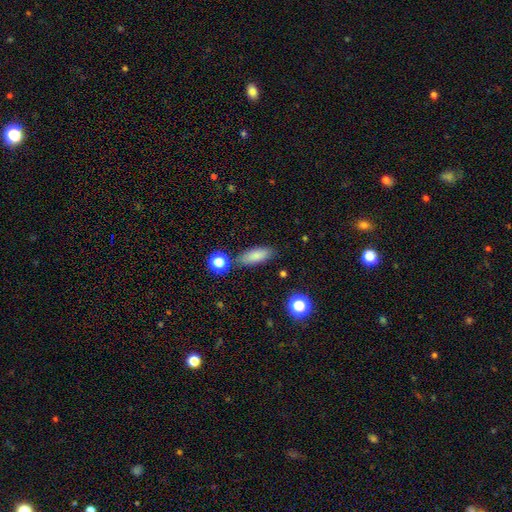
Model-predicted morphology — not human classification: smooth-or-featured: smooth: 83% | star or artifact: 9% | featured or disk: 8%
  how-rounded: in between: 75% | cigar-shaped: 22% | round: 4%
  merging: none: 80% | minor disturbance: 12% | merger: 5% | major disturbance: 3%